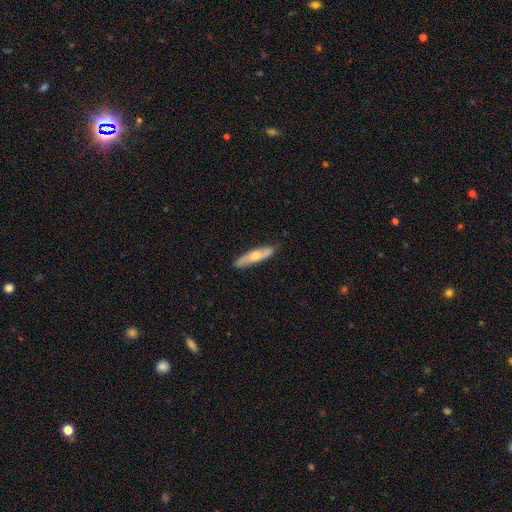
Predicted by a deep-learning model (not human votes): Smooth or featured?
  - smooth: 49% *
  - featured or disk: 45%
  - star or artifact: 6%
Merging?
  - none: 85% *
  - minor disturbance: 12%
  - major disturbance: 2%
  - merger: 1%